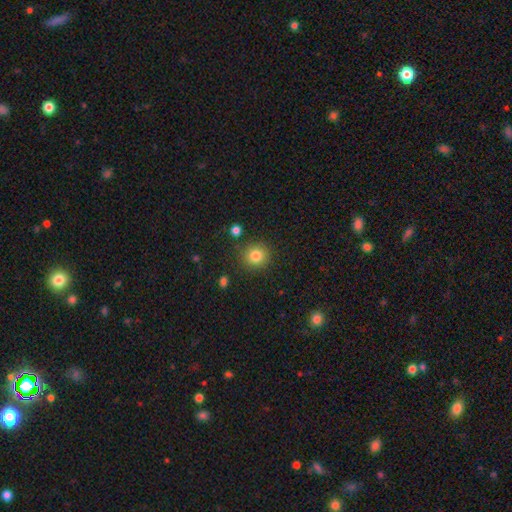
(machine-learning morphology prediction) The model was most divided on "smooth or featured": smooth: 82%, star or artifact: 12%, featured or disk: 6%. More confident: how rounded — round (89%); merging — none (86%).